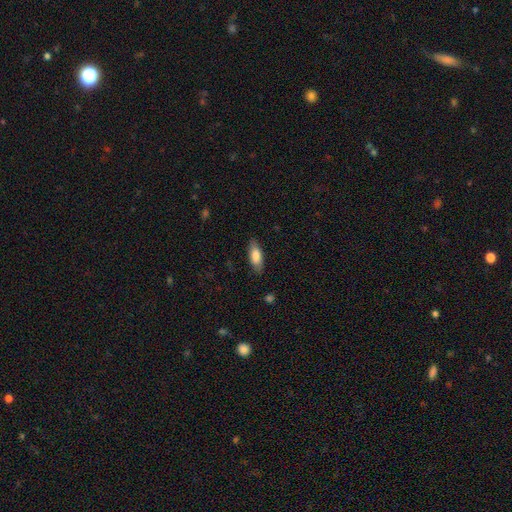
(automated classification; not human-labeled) Smooth or featured: smooth — 81% (featured or disk — 13%)
How rounded: in between — 70% (cigar-shaped — 28%)
Merging: none — 84% (minor disturbance — 12%)